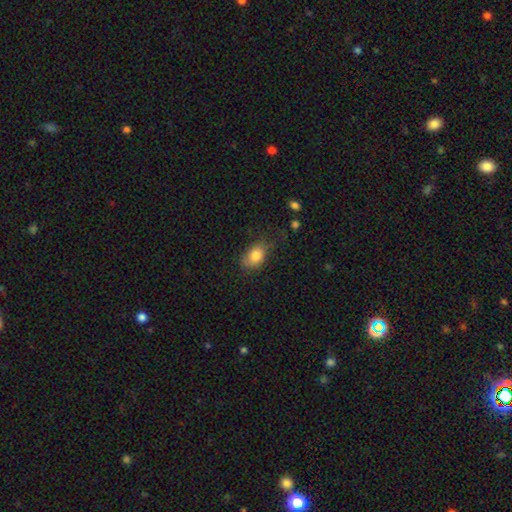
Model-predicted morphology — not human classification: This appears to be a smooth galaxy with no disk features (82%) that is in between round and cigar-shaped (78%). Merging: none (61%).